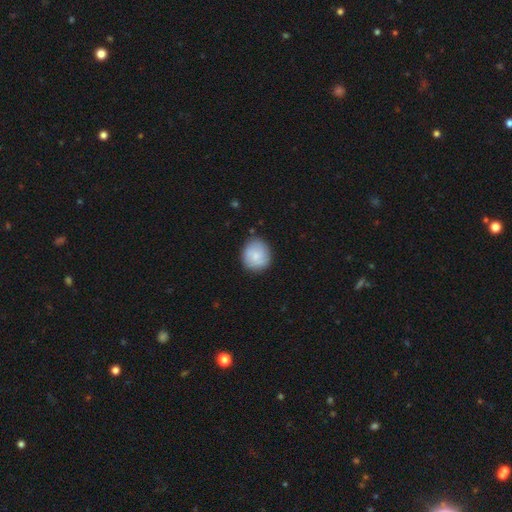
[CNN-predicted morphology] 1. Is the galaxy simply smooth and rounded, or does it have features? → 76% smooth, 18% featured or disk, 6% star or artifact.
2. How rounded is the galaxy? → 82% round, 17% in between, 1% cigar-shaped.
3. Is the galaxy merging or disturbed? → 82% none, 14% minor disturbance, 3% major disturbance, 2% merger.